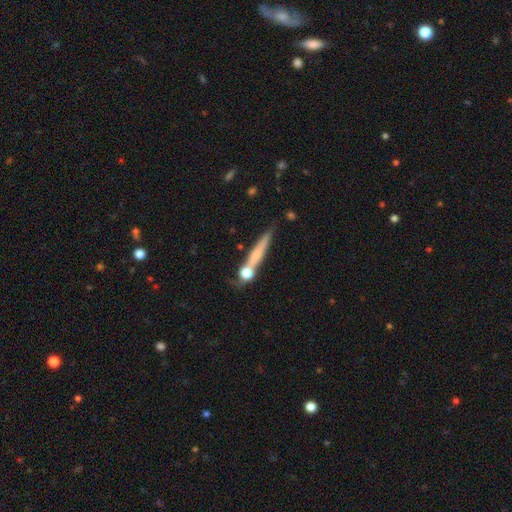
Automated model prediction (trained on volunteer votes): Morphology: type=smooth (47%); merging=none (64%).